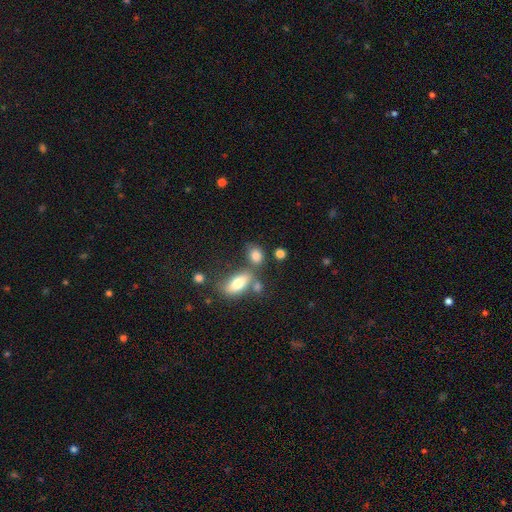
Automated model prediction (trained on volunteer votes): Overall: smooth (82%). How rounded: in between (72%). Merging: none (56%; merger 21%).